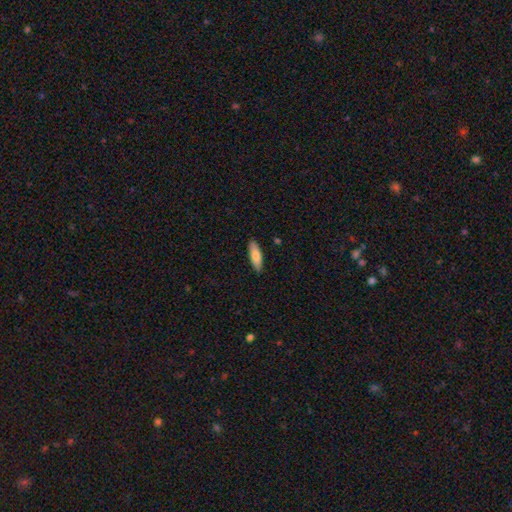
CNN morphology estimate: Smooth or featured? smooth (77%)
How rounded? in between (53%)
Merging? none (89%)